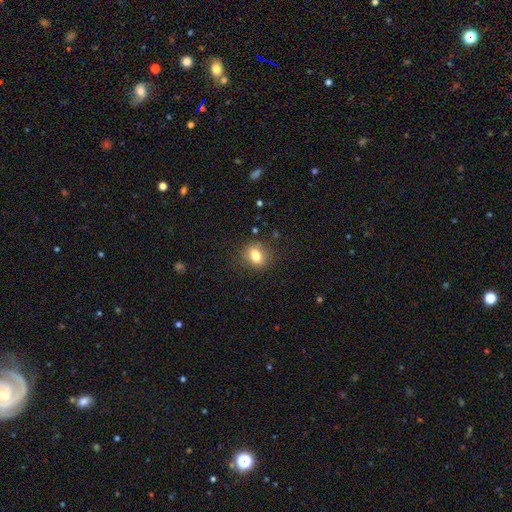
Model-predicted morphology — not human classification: This appears to be a smooth galaxy with no disk features (79%) that is round (50%). Merging: none (85%).